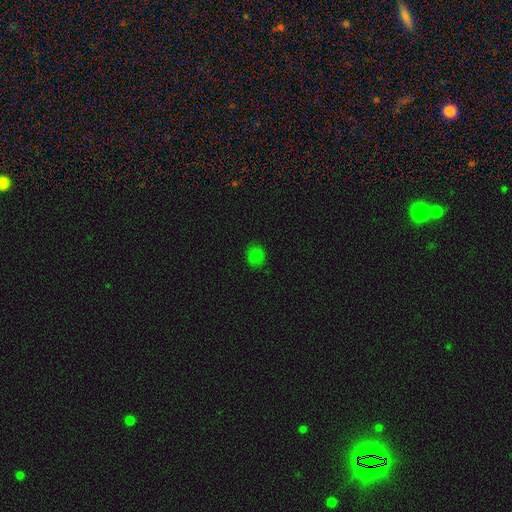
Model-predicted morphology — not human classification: The model was most divided on "how rounded": round: 57%, in between: 42%, cigar-shaped: 1%. More confident: merging — none (81%); smooth or featured — smooth (77%).